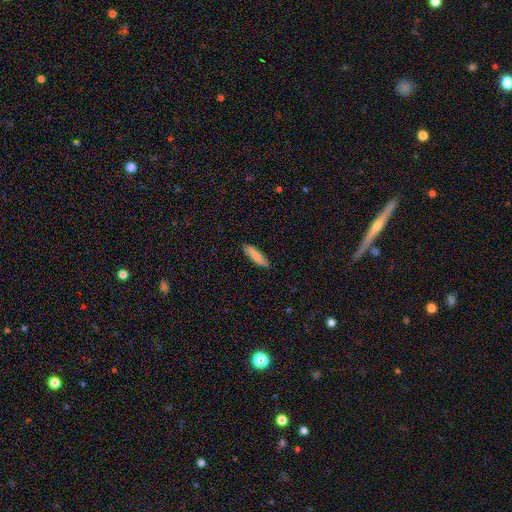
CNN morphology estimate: Overall: smooth (82%). How rounded: cigar-shaped (80%). Merging: none (88%).